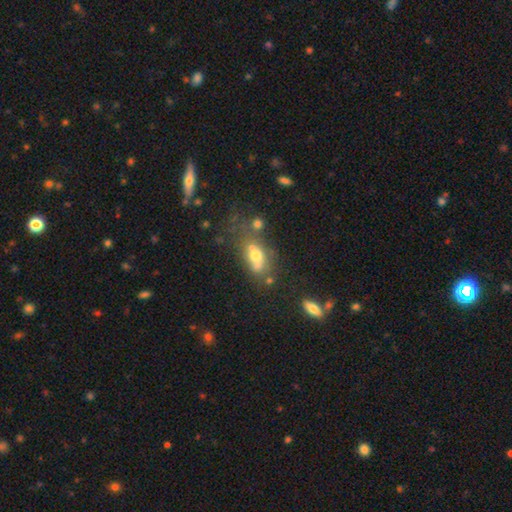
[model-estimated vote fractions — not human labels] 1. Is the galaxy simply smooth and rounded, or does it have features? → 57% smooth, 27% featured or disk, 17% star or artifact.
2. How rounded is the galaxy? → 68% in between, 21% round, 11% cigar-shaped.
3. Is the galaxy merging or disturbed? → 36% none, 35% merger, 16% minor disturbance, 12% major disturbance.